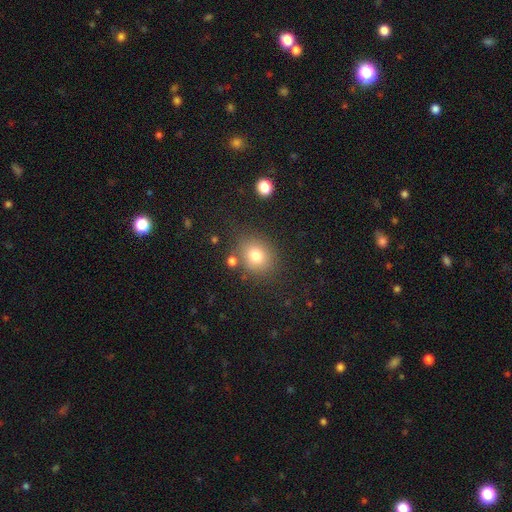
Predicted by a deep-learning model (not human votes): Smooth or featured? smooth (78%)
How rounded? round (69%)
Merging? none (77%)